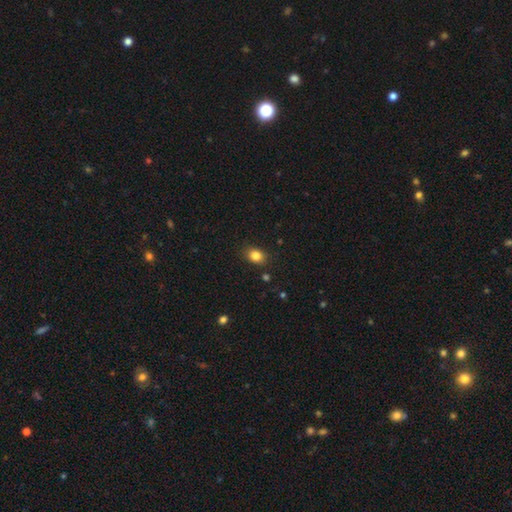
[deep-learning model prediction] Q: Smooth or featured?
A: smooth (83%); runner-up: star or artifact (11%)
Q: How rounded?
A: in between (56%); runner-up: round (43%)
Q: Merging?
A: none (86%); runner-up: minor disturbance (10%)